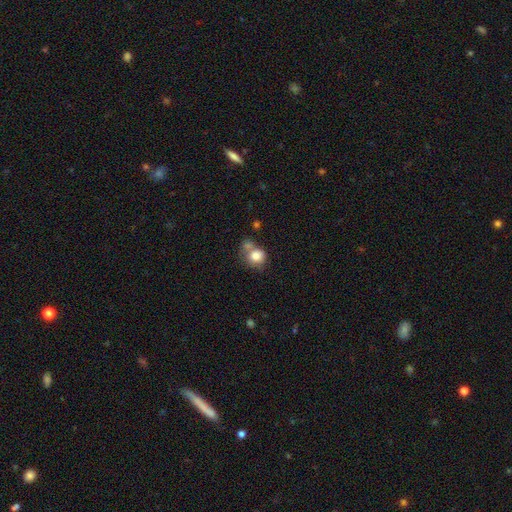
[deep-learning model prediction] smooth-or-featured: smooth: 81% | featured or disk: 10% | star or artifact: 9%
  how-rounded: round: 77% | in between: 22% | cigar-shaped: 1%
  merging: none: 42% | merger: 35% | minor disturbance: 16% | major disturbance: 8%